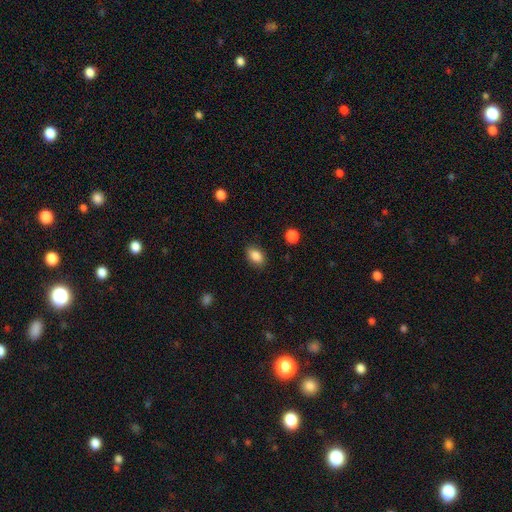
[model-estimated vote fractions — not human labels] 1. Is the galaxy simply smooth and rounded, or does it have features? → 87% smooth, 8% star or artifact, 5% featured or disk.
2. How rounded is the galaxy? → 86% in between, 12% round, 2% cigar-shaped.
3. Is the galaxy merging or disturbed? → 86% none, 10% minor disturbance, 3% major disturbance, 1% merger.